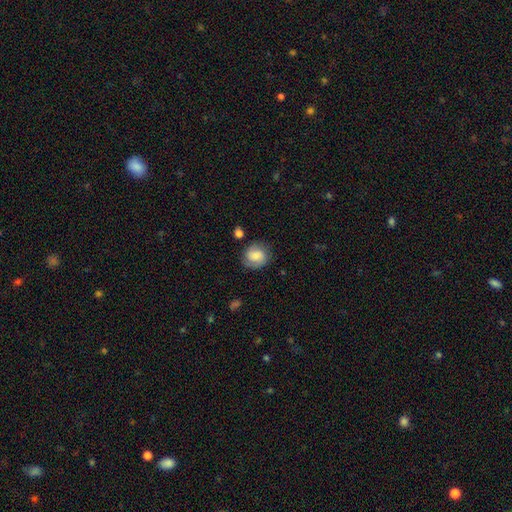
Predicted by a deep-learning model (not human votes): The model was most divided on "smooth or featured": smooth: 62%, featured or disk: 29%, star or artifact: 9%. More confident: merging — none (76%); how rounded — round (74%).